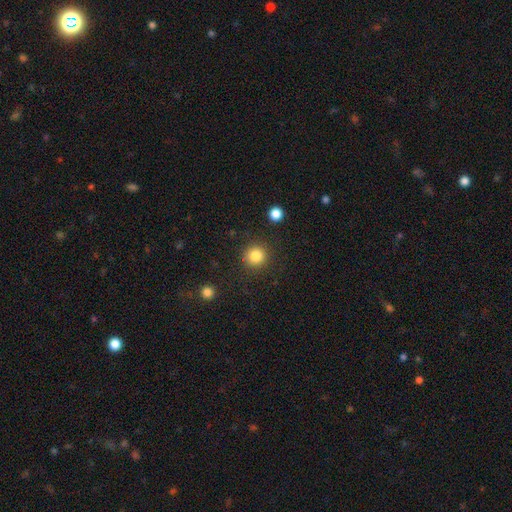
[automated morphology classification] smooth-or-featured: smooth: 84% | star or artifact: 11% | featured or disk: 5%
  how-rounded: round: 94% | in between: 5% | cigar-shaped: 1%
  merging: none: 90% | minor disturbance: 6% | major disturbance: 3% | merger: 2%